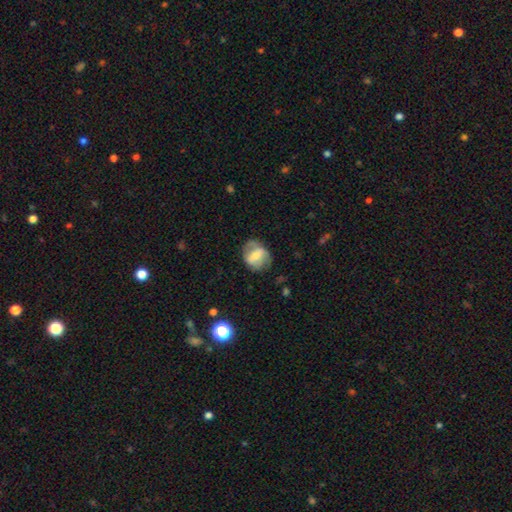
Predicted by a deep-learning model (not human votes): Smooth or featured: smooth — 46% (tied with featured or disk — 46%)
Merging: none — 63% (minor disturbance — 23%)